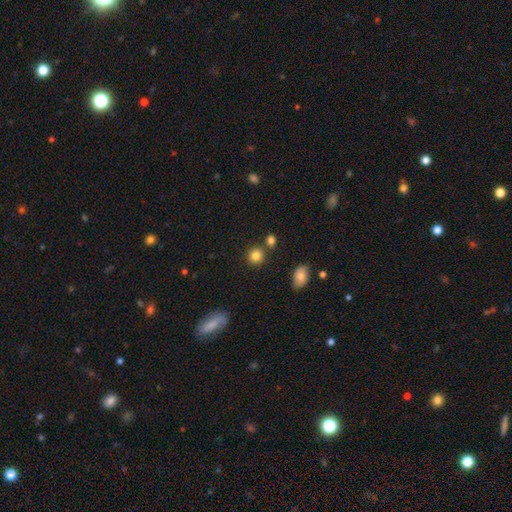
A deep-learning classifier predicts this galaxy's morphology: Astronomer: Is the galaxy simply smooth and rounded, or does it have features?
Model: smooth — 83%.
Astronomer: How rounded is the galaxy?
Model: round — 88%.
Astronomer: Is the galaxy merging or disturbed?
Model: none — 77%.